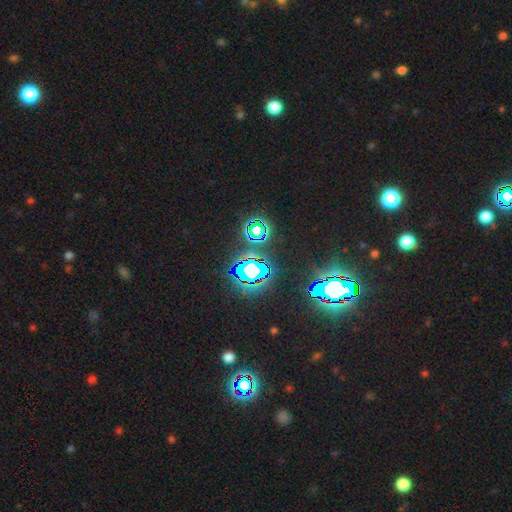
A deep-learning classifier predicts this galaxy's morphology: Overall: star or artifact (82%).